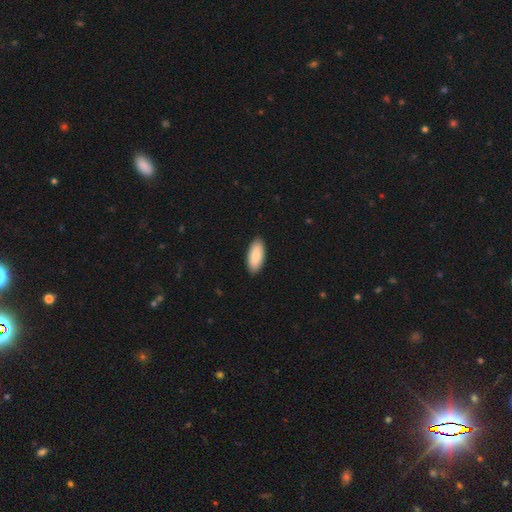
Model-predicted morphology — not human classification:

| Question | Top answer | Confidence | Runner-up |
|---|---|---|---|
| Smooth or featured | smooth | 87% | featured or disk (8%) |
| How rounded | in between | 87% | cigar-shaped (11%) |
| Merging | none | 90% | minor disturbance (8%) |